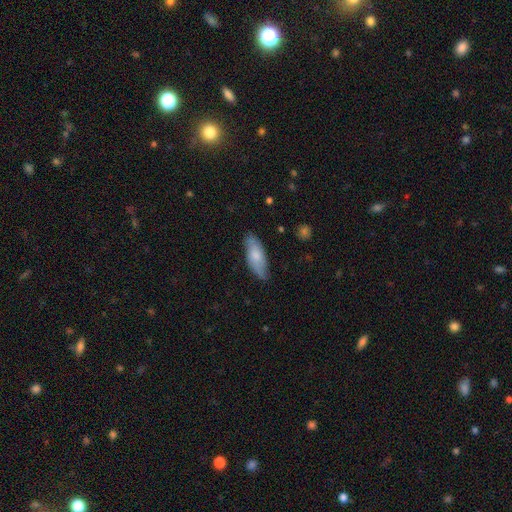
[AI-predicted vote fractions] This appears to be a smooth galaxy with no disk features (70%) that is in between round and cigar-shaped (72%). Merging: none (78%).